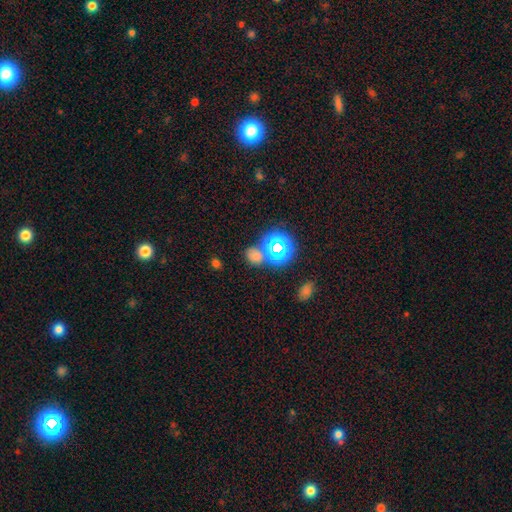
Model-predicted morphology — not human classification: Smooth or featured? Predicted: smooth (p=0.56). How rounded? Predicted: round (p=0.62). Merging? Predicted: none (p=0.69).